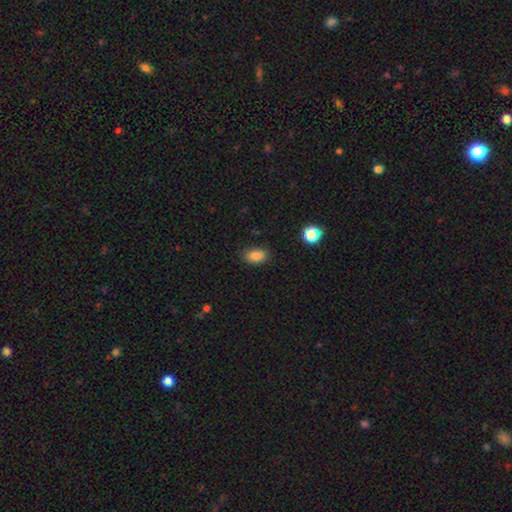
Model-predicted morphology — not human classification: Q: Smooth or featured?
A: smooth (85%); runner-up: star or artifact (10%)
Q: How rounded?
A: in between (85%); runner-up: round (13%)
Q: Merging?
A: none (85%); runner-up: minor disturbance (11%)